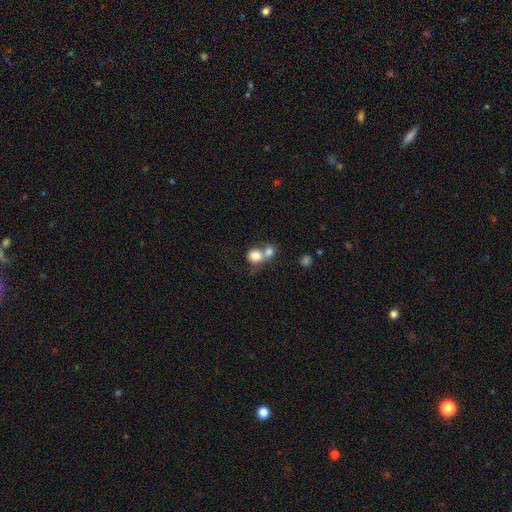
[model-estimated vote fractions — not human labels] This is likely a smooth galaxy (79%). How rounded: clearly round (80%). Merging: likely merger (62%).